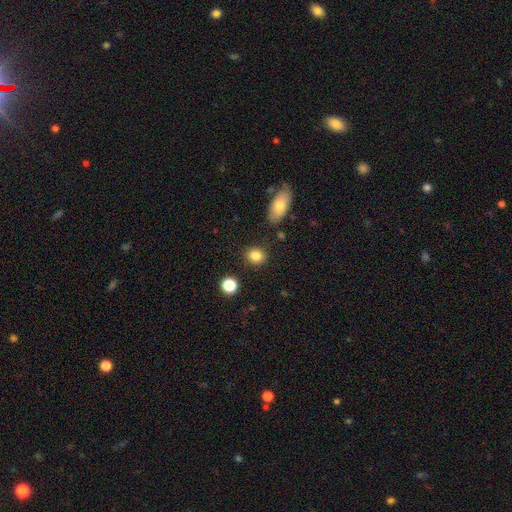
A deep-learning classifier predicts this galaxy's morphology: Q: Smooth or featured?
A: smooth (84%); runner-up: star or artifact (10%)
Q: How rounded?
A: round (72%); runner-up: in between (26%)
Q: Merging?
A: none (86%); runner-up: minor disturbance (8%)